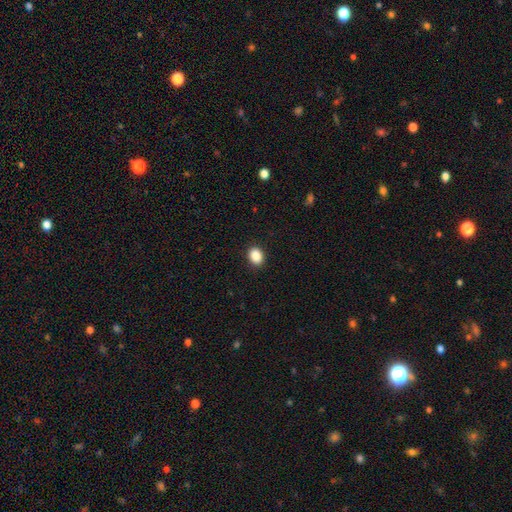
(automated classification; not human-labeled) Smooth or featured? Predicted: smooth (p=0.88). How rounded? Predicted: in between (p=0.62). Merging? Predicted: none (p=0.91).